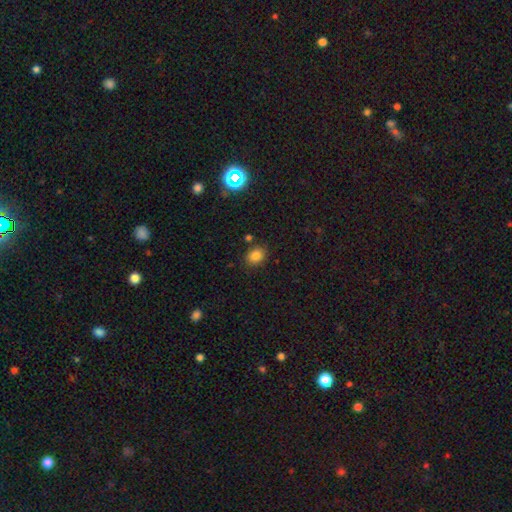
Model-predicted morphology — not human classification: Smooth or featured?
  - smooth: 81% *
  - star or artifact: 13%
  - featured or disk: 6%
How rounded?
  - in between: 51% *
  - round: 48%
  - cigar-shaped: 1%
Merging?
  - none: 81% *
  - minor disturbance: 12%
  - merger: 4%
  - major disturbance: 3%